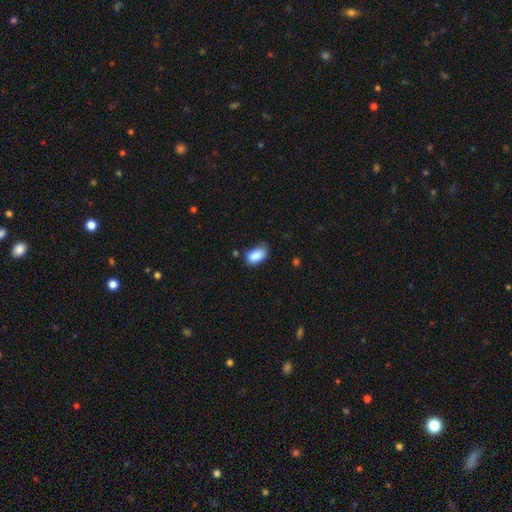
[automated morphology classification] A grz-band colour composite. It shows a smooth galaxy with no disk features (88%) that is in between round and cigar-shaped (92%). Merging: none (63%).